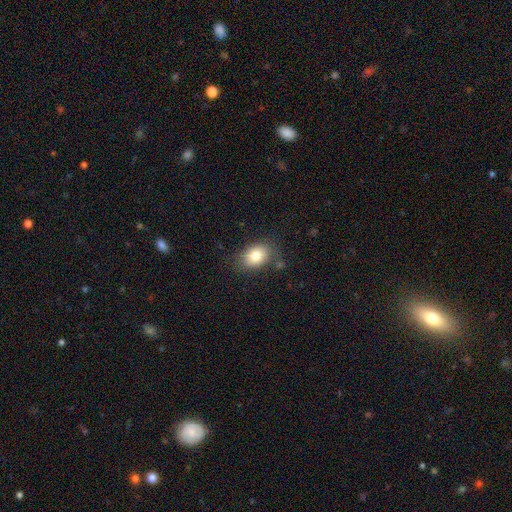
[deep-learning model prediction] The model was most divided on "how rounded": in between: 75%, round: 24%, cigar-shaped: 1%. More confident: smooth or featured — smooth (80%); merging — none (77%).